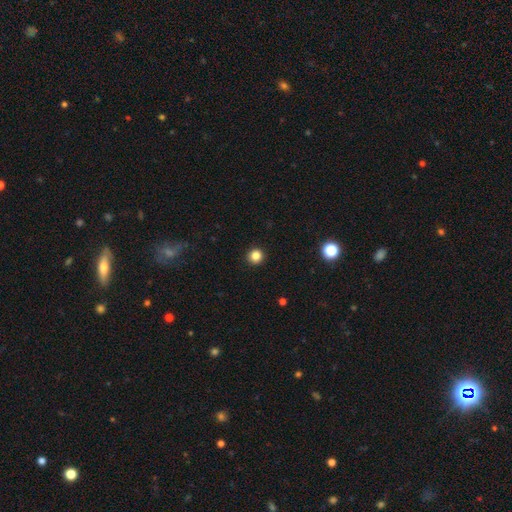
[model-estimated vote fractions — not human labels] A smooth galaxy with no disk features (84%) that is round (95%). Merging: none (93%).